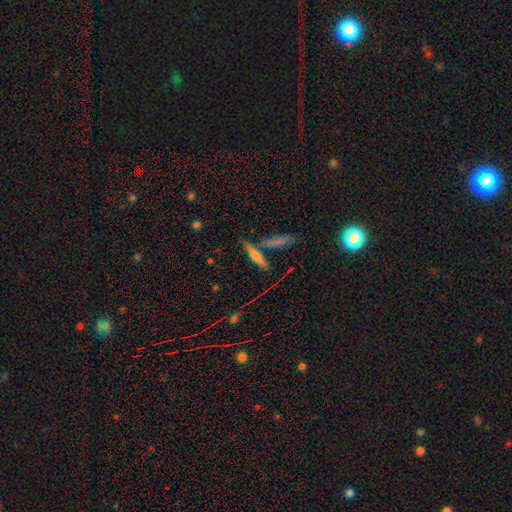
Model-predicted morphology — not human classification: smooth 52%, featured or disk 38%, star or artifact 10%. Down the decision tree: how rounded — cigar-shaped (80%); merging — none (72%).